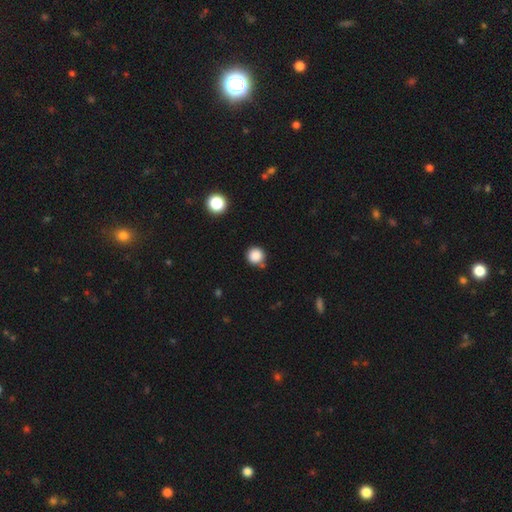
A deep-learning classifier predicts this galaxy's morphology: Overall: smooth (86%). How rounded: round (94%). Merging: none (81%).